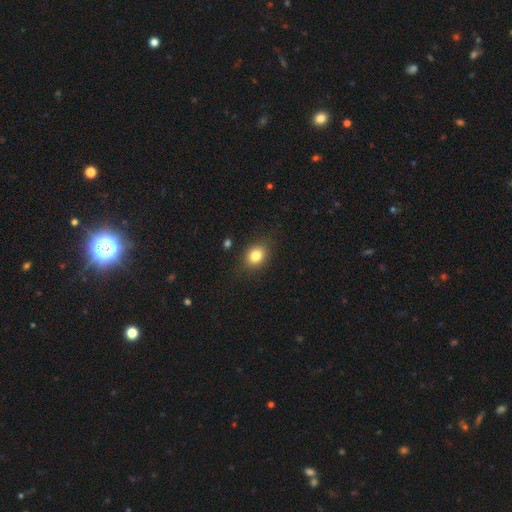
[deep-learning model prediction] The model was most divided on "how rounded": in between: 53%, round: 45%, cigar-shaped: 1%. More confident: merging — none (84%); smooth or featured — smooth (82%).